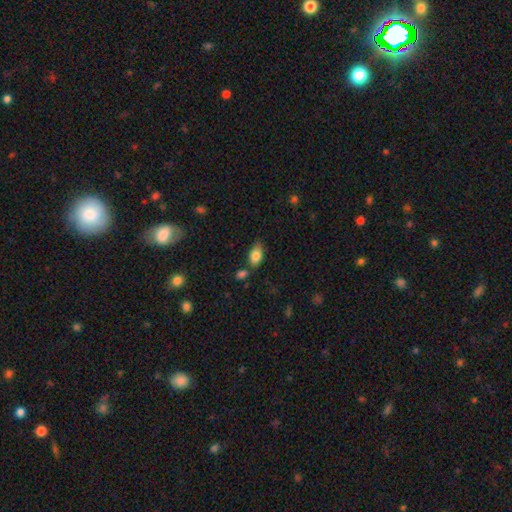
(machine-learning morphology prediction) Q: Smooth or featured?
A: smooth (83%); runner-up: featured or disk (9%)
Q: How rounded?
A: in between (90%); runner-up: round (6%)
Q: Merging?
A: none (72%); runner-up: minor disturbance (16%)